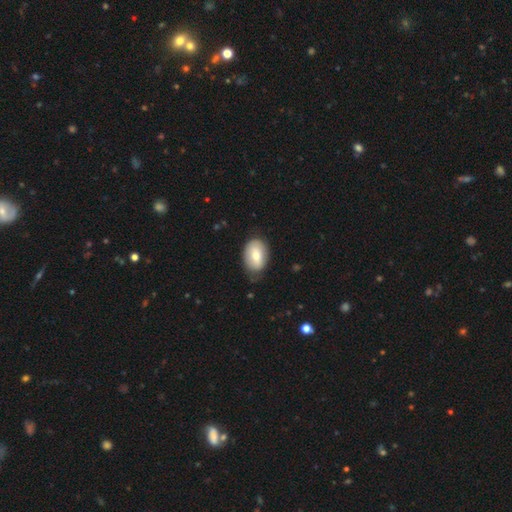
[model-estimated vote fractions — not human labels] Overall: smooth (71%). How rounded: in between (87%). Merging: none (74%).